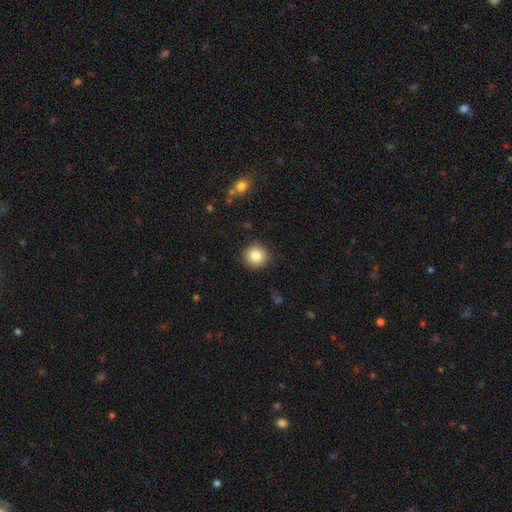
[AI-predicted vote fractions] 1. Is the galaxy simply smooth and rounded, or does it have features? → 83% smooth, 9% star or artifact, 7% featured or disk.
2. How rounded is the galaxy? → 94% round, 5% in between, 1% cigar-shaped.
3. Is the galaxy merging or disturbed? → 89% none, 7% minor disturbance, 2% major disturbance, 1% merger.